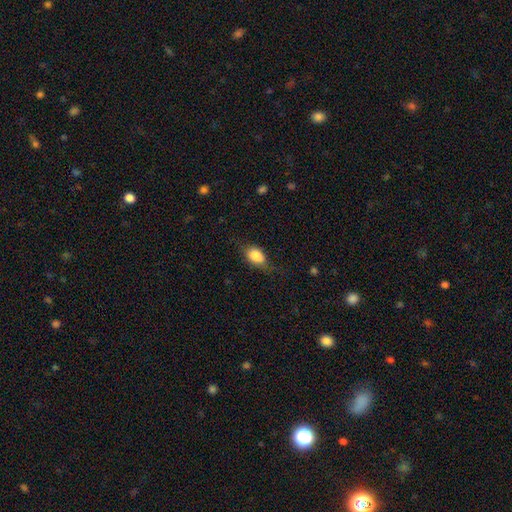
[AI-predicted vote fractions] Q: Smooth or featured?
A: smooth (80%); runner-up: featured or disk (12%)
Q: How rounded?
A: in between (83%); runner-up: round (13%)
Q: Merging?
A: none (59%); runner-up: minor disturbance (27%)